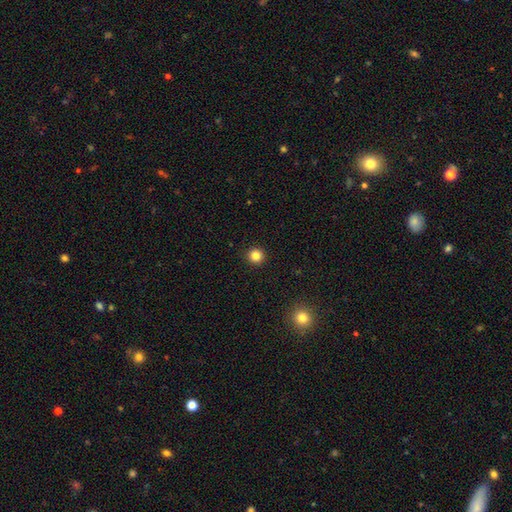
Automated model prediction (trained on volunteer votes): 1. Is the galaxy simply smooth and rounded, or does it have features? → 84% smooth, 12% star or artifact, 4% featured or disk.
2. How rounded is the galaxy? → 96% round, 3% in between, 1% cigar-shaped.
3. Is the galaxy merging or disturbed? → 94% none, 4% minor disturbance, 2% major disturbance, 1% merger.